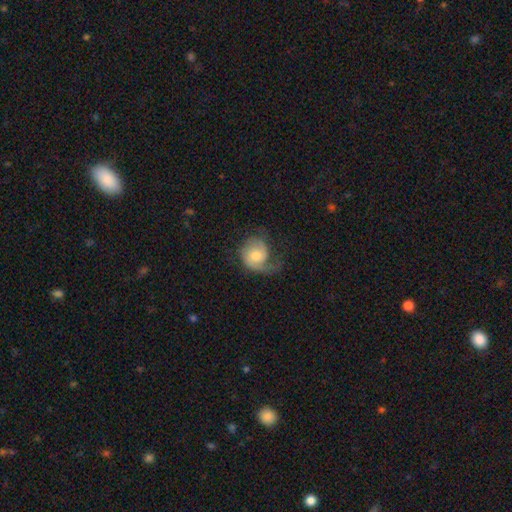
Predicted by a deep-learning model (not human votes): smooth_or_featured: featured or disk (p=0.64) [alt: smooth p=0.30]
disk_edge_on: no (p=0.97) [alt: yes p=0.03]
bar: no (p=0.71) [alt: weak p=0.25]
has_spiral_arms: yes (p=0.91) [alt: no p=0.09]
spiral_winding: medium (p=0.39) [alt: loose p=0.32]
spiral_arm_count: 1 (p=0.55) [alt: 2 p=0.33]
bulge_size: moderate (p=0.58) [alt: small p=0.24]
merging: none (p=0.42) [alt: major disturbance p=0.30]